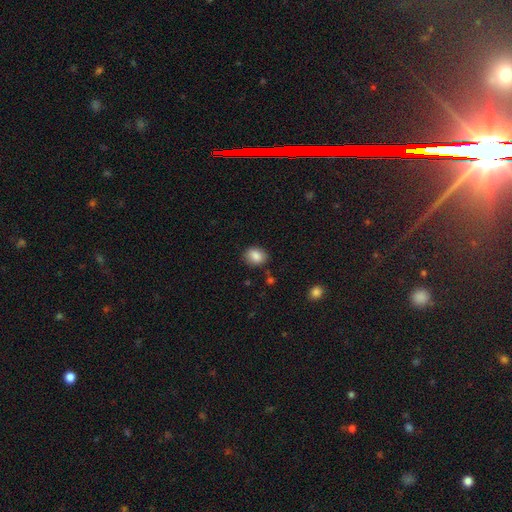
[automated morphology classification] smooth-or-featured: smooth: 87% | star or artifact: 8% | featured or disk: 5%
  how-rounded: in between: 58% | round: 41% | cigar-shaped: 1%
  merging: none: 81% | minor disturbance: 14% | major disturbance: 3% | merger: 2%